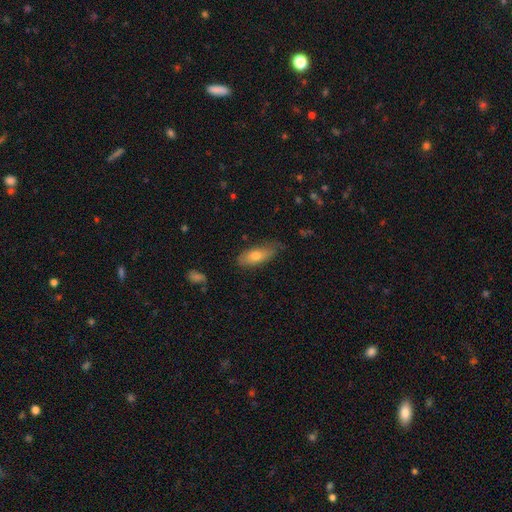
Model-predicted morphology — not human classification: smooth_or_featured: smooth (p=0.71) [alt: featured or disk p=0.22]
how_rounded: in between (p=0.72) [alt: cigar-shaped p=0.25]
merging: none (p=0.70) [alt: minor disturbance p=0.24]